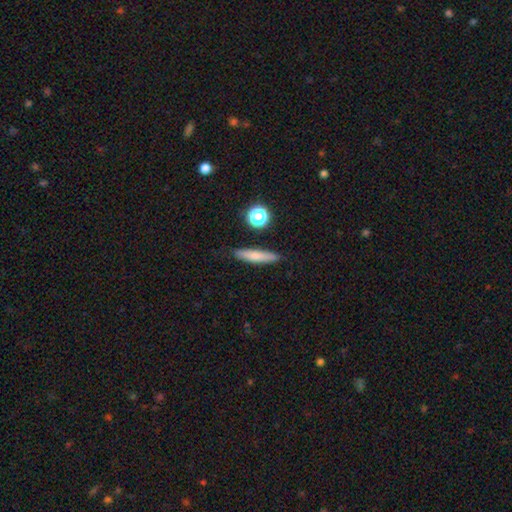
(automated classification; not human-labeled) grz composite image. It shows a smooth galaxy with no disk features (73%) that is cigar-shaped (85%). Merging: none (86%).